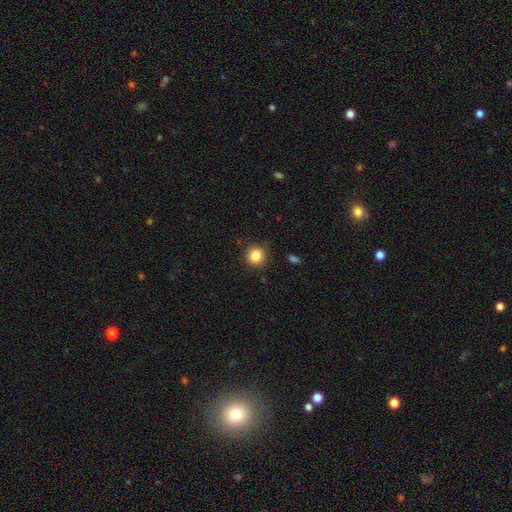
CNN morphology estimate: This is clearly a smooth galaxy (84%). How rounded: clearly round (89%). Merging: clearly none (89%).